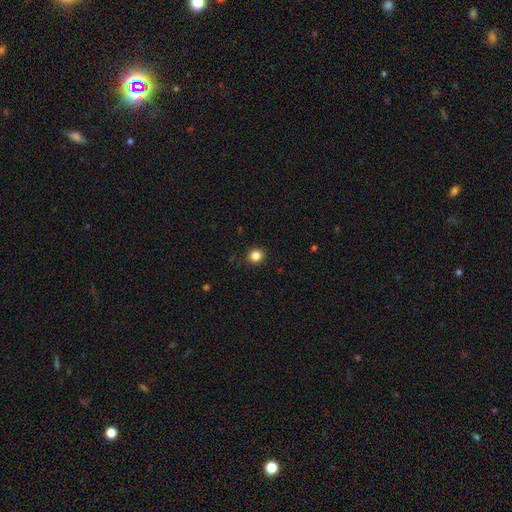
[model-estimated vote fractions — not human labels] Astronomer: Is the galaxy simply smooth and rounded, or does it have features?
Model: smooth — 85%.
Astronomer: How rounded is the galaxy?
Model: round — 90%.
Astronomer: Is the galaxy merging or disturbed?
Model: none — 92%.